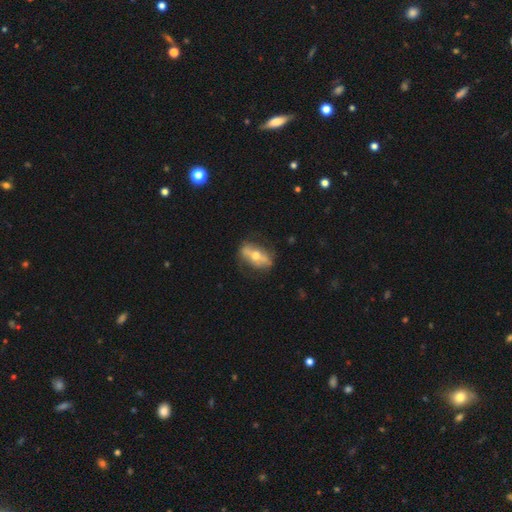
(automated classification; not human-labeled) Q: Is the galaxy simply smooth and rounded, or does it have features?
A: featured or disk — 60%.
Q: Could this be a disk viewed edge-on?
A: no — 57%.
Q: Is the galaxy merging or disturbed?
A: none — 73%.